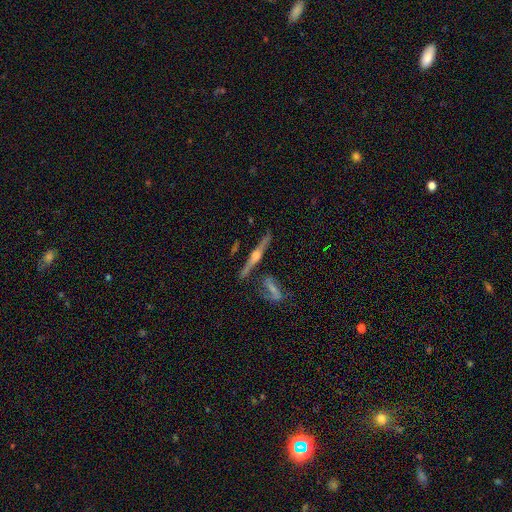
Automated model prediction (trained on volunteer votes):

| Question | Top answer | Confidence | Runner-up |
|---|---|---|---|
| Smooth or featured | featured or disk | 85% | smooth (9%) |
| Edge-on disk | yes | 96% | no (4%) |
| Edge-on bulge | rounded | 89% | boxy (7%) |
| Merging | none | 77% | minor disturbance (11%) |